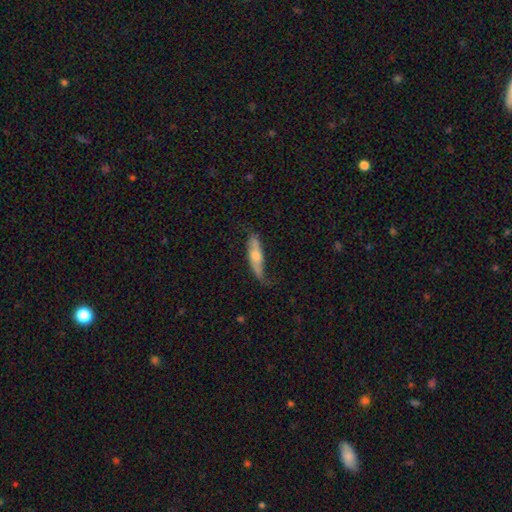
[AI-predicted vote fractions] A featured or disk galaxy (52%). Merging: none (52%).